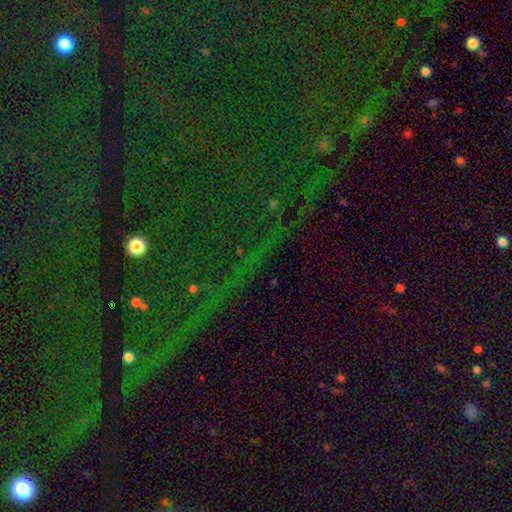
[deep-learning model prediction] A star or artifact, not a galaxy (82%).